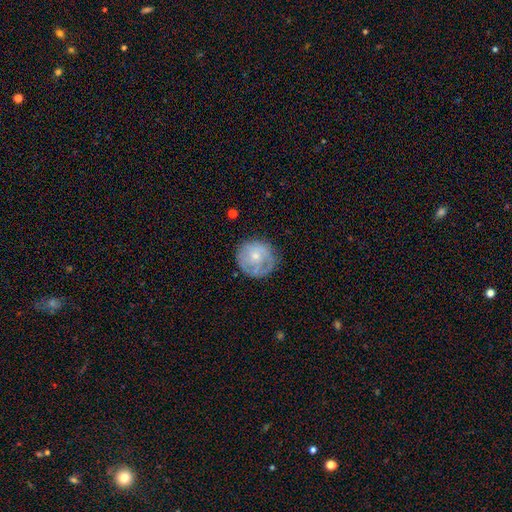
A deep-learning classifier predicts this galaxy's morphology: Smooth or featured? smooth (47%)
Merging? none (72%)